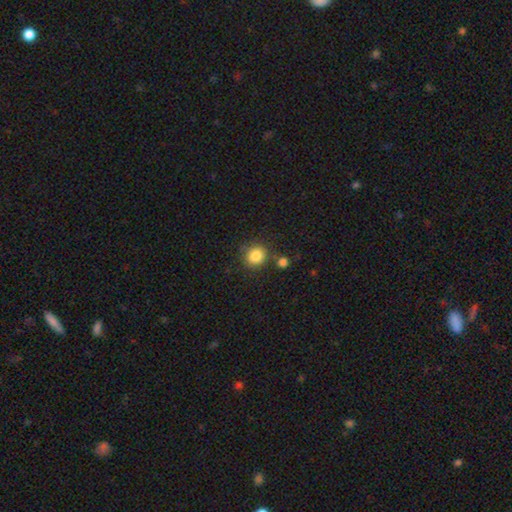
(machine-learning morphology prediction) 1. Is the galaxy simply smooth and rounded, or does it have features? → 84% smooth, 10% star or artifact, 5% featured or disk.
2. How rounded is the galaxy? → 85% round, 14% in between, 1% cigar-shaped.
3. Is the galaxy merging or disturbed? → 77% none, 10% minor disturbance, 9% merger, 3% major disturbance.